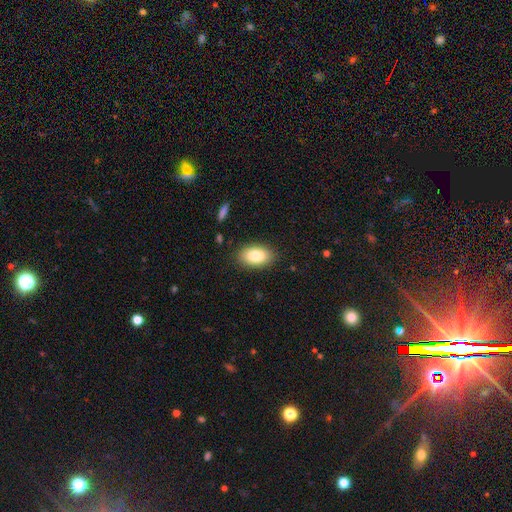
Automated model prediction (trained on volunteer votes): Q: Smooth or featured?
A: smooth (84%); runner-up: featured or disk (9%)
Q: How rounded?
A: in between (92%); runner-up: round (6%)
Q: Merging?
A: none (86%); runner-up: minor disturbance (10%)